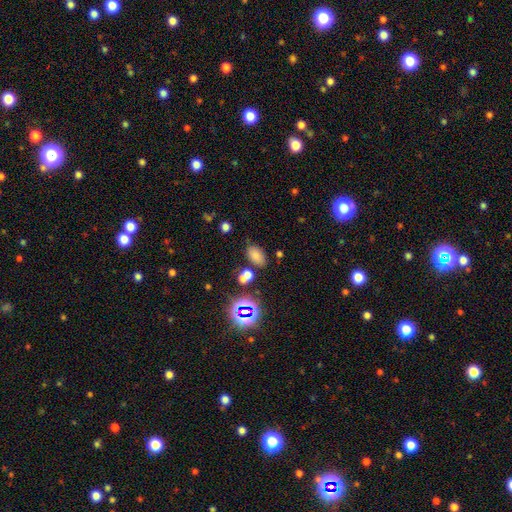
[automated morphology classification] This is likely a smooth galaxy (72%). How rounded: clearly in between (89%). Merging: likely none (71%).